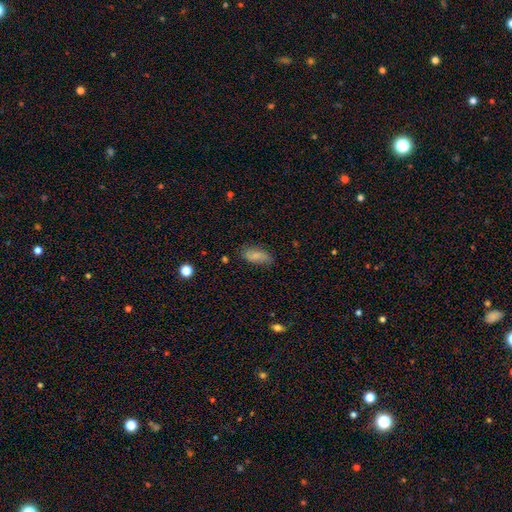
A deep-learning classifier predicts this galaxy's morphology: This is likely a smooth galaxy (75%). How rounded: clearly in between (87%). Merging: likely none (73%).